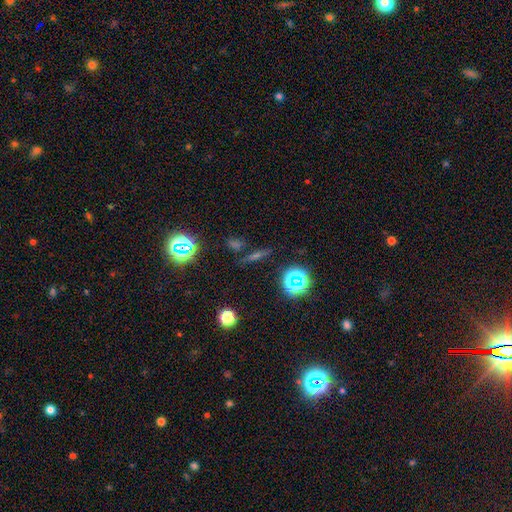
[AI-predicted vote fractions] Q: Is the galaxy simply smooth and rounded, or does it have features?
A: star or artifact — 38%.